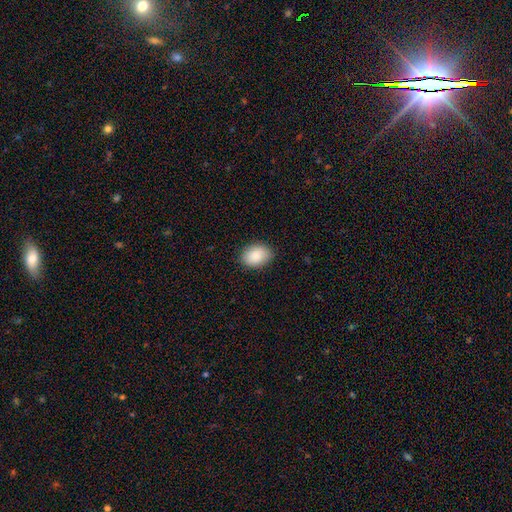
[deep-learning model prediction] Smooth or featured? Predicted: smooth (p=0.88). How rounded? Predicted: in between (p=0.77). Merging? Predicted: none (p=0.86).